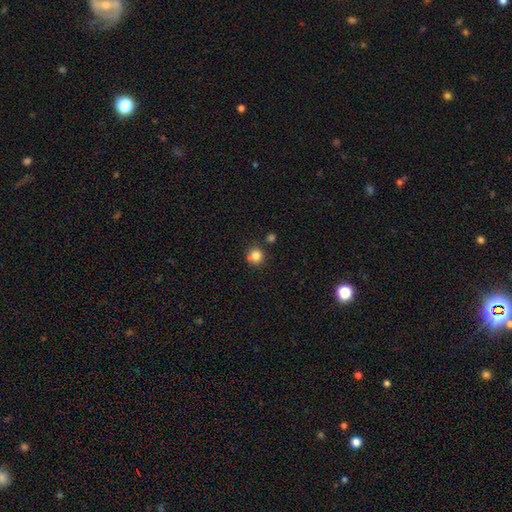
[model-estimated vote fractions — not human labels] Smooth or featured? Predicted: smooth (p=0.84). How rounded? Predicted: round (p=0.93). Merging? Predicted: none (p=0.77).